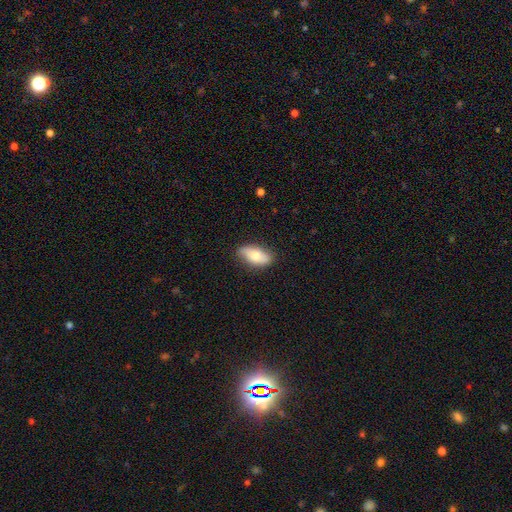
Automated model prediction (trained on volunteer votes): Smooth or featured?
  - smooth: 72% *
  - featured or disk: 22%
  - star or artifact: 6%
How rounded?
  - in between: 87% *
  - cigar-shaped: 10%
  - round: 4%
Merging?
  - none: 83% *
  - minor disturbance: 14%
  - major disturbance: 3%
  - merger: 1%